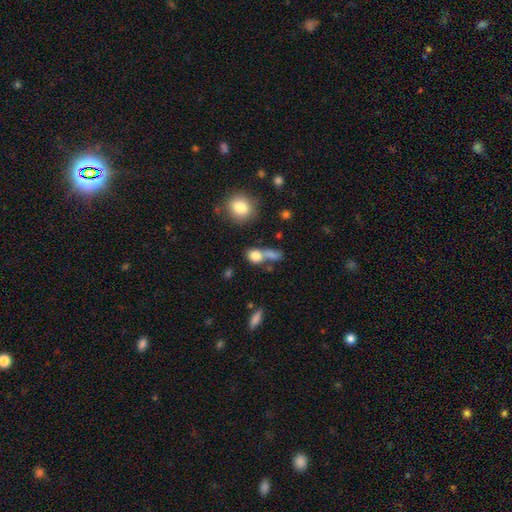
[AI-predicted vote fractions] smooth_or_featured: smooth (p=0.80) [alt: star or artifact p=0.11]
how_rounded: round (p=0.59) [alt: in between p=0.37]
merging: none (p=0.42) [alt: merger p=0.40]